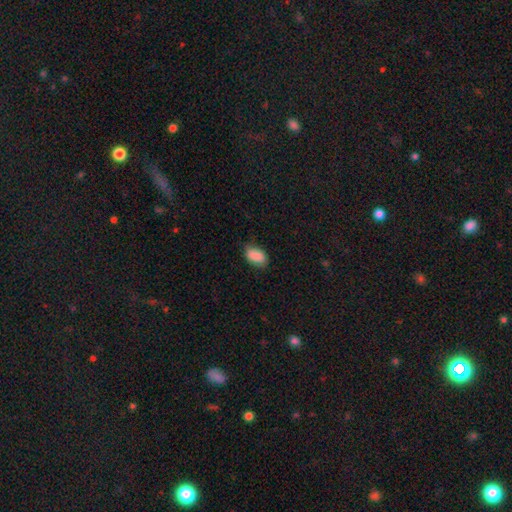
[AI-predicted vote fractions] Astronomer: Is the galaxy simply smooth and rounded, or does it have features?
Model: smooth — 87%.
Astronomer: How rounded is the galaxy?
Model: in between — 90%.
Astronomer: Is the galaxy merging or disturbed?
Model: none — 74%.